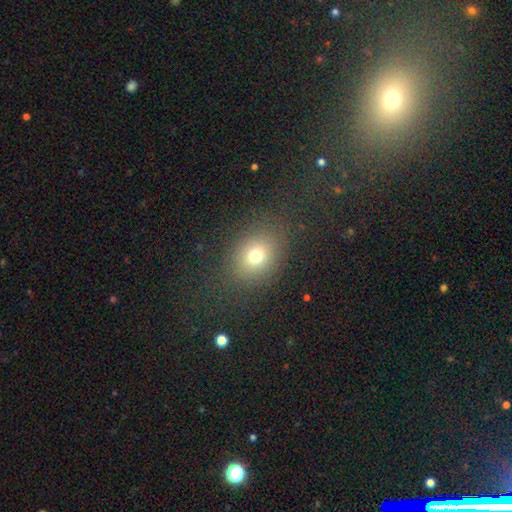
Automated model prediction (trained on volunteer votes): smooth 72%, star or artifact 17%, featured or disk 11%. Down the decision tree: how rounded — round (53%); merging — none (80%).